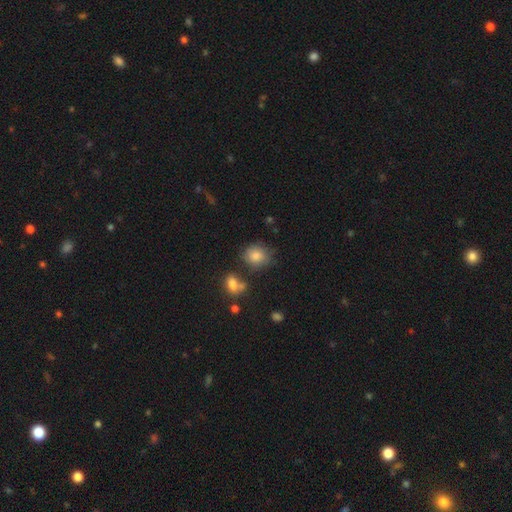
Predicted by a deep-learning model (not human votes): Smooth or featured? smooth (82%)
How rounded? round (74%)
Merging? none (70%)